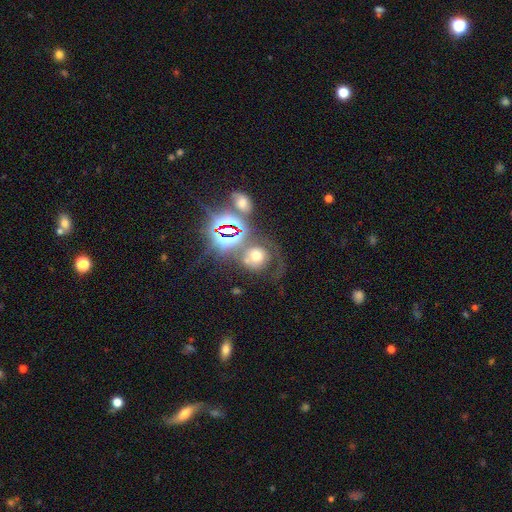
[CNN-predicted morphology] This appears to be a smooth galaxy with no disk features (43%). Merging: none (38%).